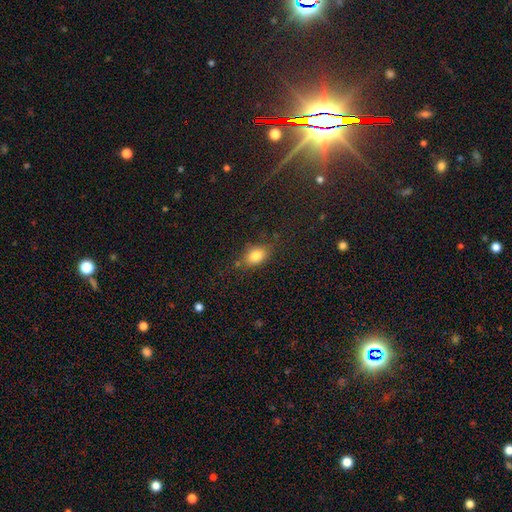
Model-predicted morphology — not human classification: This appears to be a smooth galaxy with no disk features (81%) that is in between round and cigar-shaped (76%). Merging: none (73%).